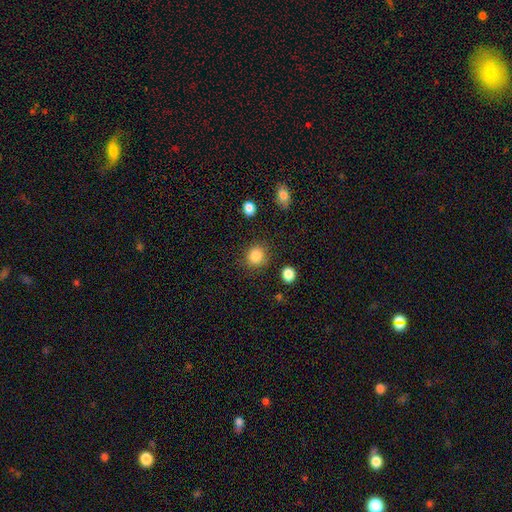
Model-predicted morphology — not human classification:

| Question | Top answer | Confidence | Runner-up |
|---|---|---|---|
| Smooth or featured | smooth | 86% | star or artifact (10%) |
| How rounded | round | 85% | in between (14%) |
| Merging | none | 83% | minor disturbance (10%) |